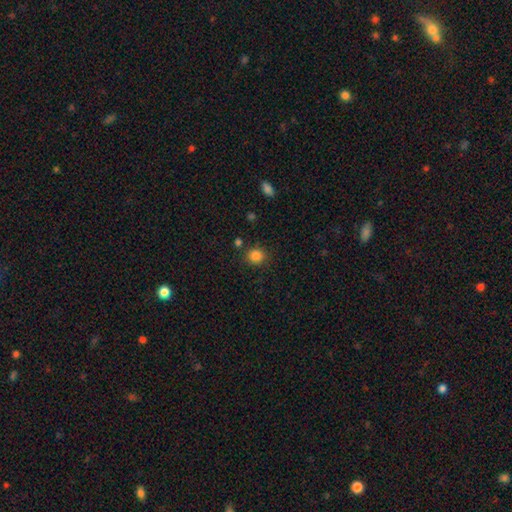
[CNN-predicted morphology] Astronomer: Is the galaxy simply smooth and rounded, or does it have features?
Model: smooth — 85%.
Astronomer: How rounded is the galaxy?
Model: round — 86%.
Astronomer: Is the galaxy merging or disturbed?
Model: none — 84%.